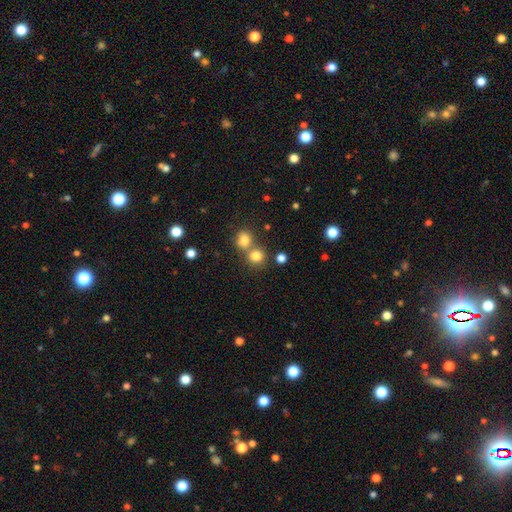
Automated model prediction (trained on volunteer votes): The model was most divided on "merging": none: 52%, merger: 38%, minor disturbance: 7%, major disturbance: 3%. More confident: how rounded — round (82%); smooth or featured — smooth (79%).